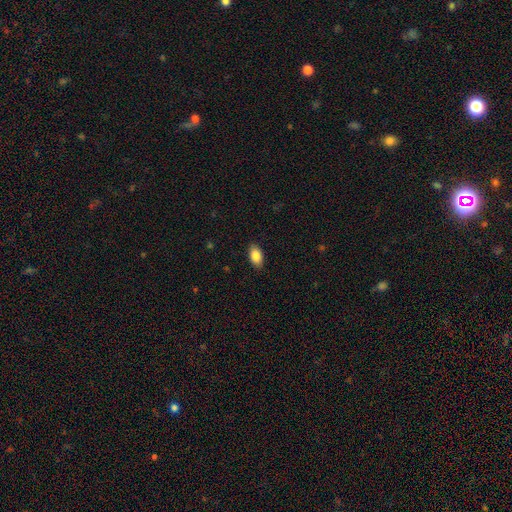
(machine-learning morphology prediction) Smooth or featured? smooth (88%)
How rounded? in between (93%)
Merging? none (88%)